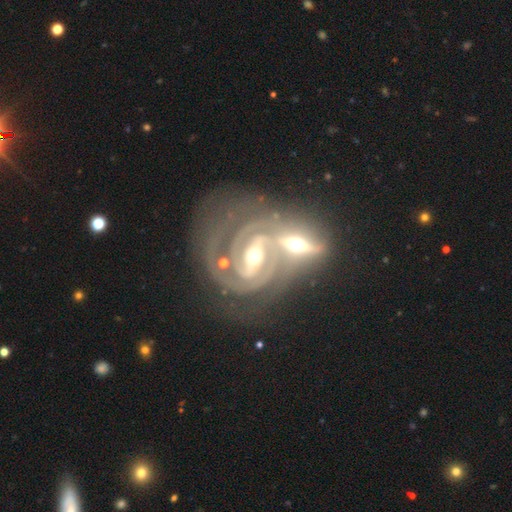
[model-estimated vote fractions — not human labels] Smooth or featured? Predicted: featured or disk (p=0.92). Edge-on disk? Predicted: no (p=0.96). Bar? Predicted: strong (p=0.60). Spiral arms? Predicted: yes (p=0.98). Spiral winding? Predicted: tight (p=0.65). Spiral arm count? Predicted: 2 (p=0.77). Bulge size? Predicted: moderate (p=0.51). Merging? Predicted: merger (p=0.50).